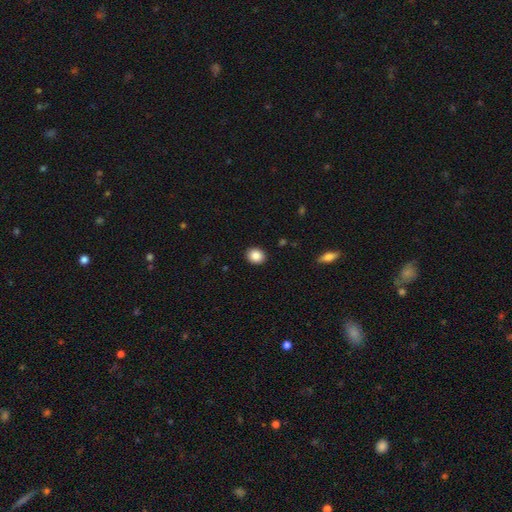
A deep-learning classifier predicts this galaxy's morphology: This appears to be a smooth galaxy with no disk features (88%) that is round (67%). Merging: none (91%).